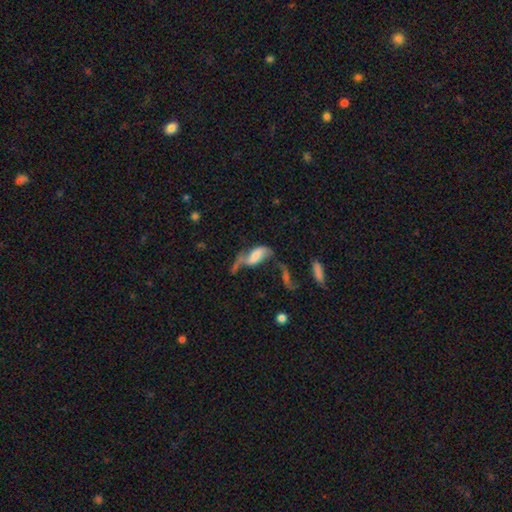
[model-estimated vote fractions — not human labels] This is possibly a featured or disk galaxy (49%). Merging: marginally major disturbance (37%).